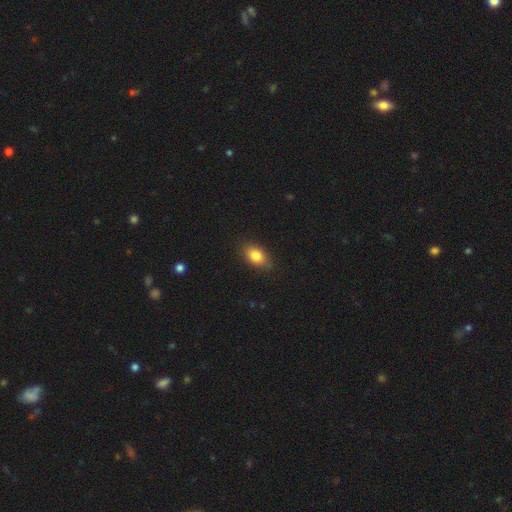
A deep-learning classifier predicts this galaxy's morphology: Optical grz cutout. It shows a smooth galaxy with no disk features (83%) that is in between round and cigar-shaped (83%). Merging: none (81%).